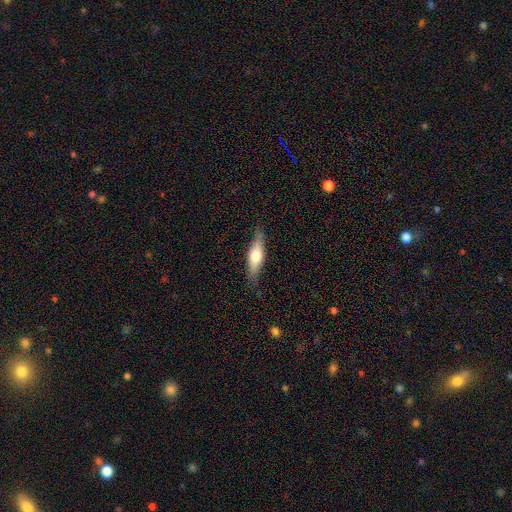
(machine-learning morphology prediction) This is possibly a smooth galaxy (53%). How rounded: possibly cigar-shaped (56%). Merging: likely none (79%).